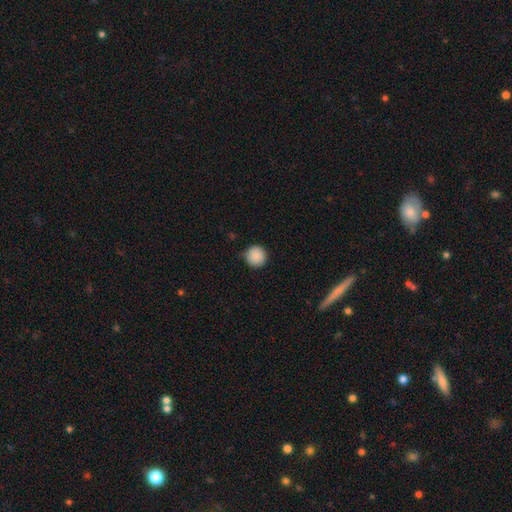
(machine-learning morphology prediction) Smooth or featured?
  - smooth: 89% *
  - star or artifact: 9%
  - featured or disk: 3%
How rounded?
  - round: 94% *
  - in between: 5%
  - cigar-shaped: 1%
Merging?
  - none: 83% *
  - minor disturbance: 13%
  - major disturbance: 3%
  - merger: 1%